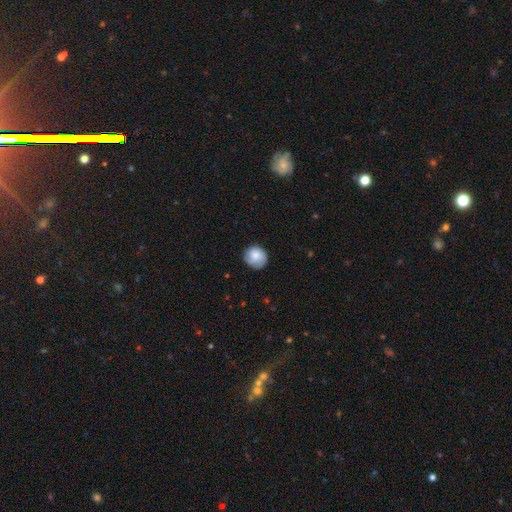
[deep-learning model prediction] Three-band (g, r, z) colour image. It shows a smooth galaxy with no disk features (75%) that is round (85%). Merging: none (76%).